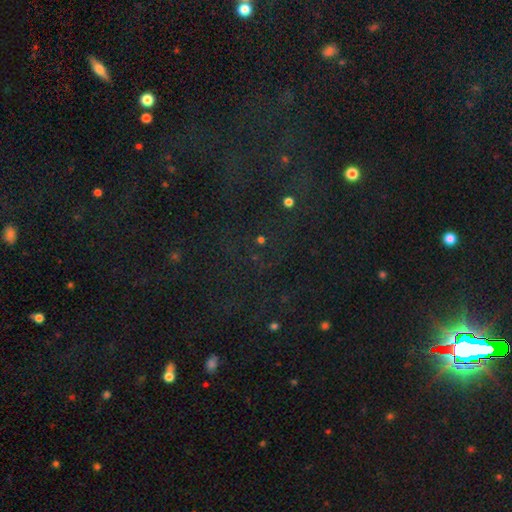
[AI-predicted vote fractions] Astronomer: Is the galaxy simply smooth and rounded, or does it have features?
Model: star or artifact — 76%.